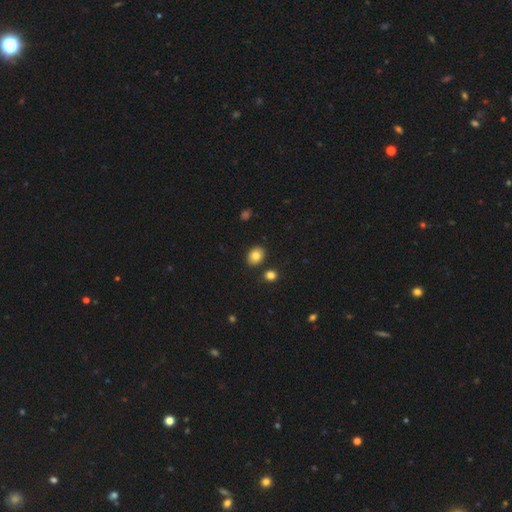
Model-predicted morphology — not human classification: smooth 83%, star or artifact 9%, featured or disk 8%. Down the decision tree: how rounded — in between (55%); merging — none (86%).